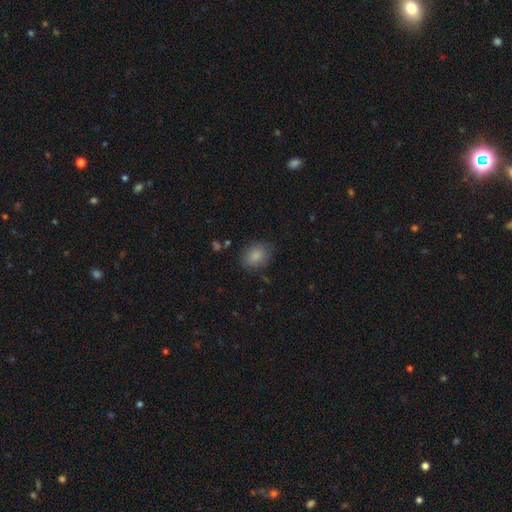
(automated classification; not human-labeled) This is clearly a smooth galaxy (86%). How rounded: possibly in between (57%). Merging: likely none (79%).